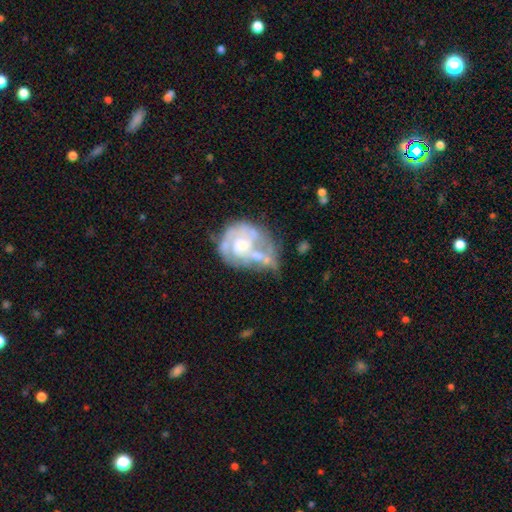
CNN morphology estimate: smooth_or_featured: featured or disk (p=0.76) [alt: smooth p=0.18]
disk_edge_on: no (p=0.98) [alt: yes p=0.02]
bar: no (p=0.77) [alt: weak p=0.19]
has_spiral_arms: yes (p=0.71) [alt: no p=0.29]
spiral_winding: tight (p=0.53) [alt: medium p=0.33]
spiral_arm_count: can't tell (p=0.35) [alt: 2 p=0.34]
bulge_size: small (p=0.47) [alt: moderate p=0.40]
merging: none (p=0.34) [alt: major disturbance p=0.24]